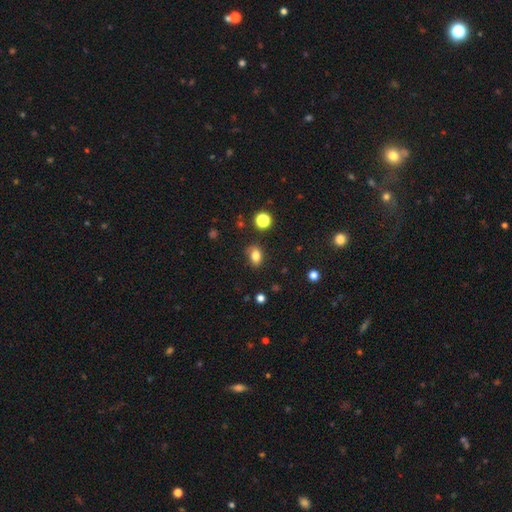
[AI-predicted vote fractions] A smooth galaxy with no disk features (82%) that is in between round and cigar-shaped (75%).

Vote fractions:
- Smooth or featured? smooth: 82% / star or artifact: 12% / featured or disk: 7%
- How rounded? in between: 75% / round: 24% / cigar-shaped: 2%
- Merging? none: 75% / minor disturbance: 18% / major disturbance: 4% / merger: 3%